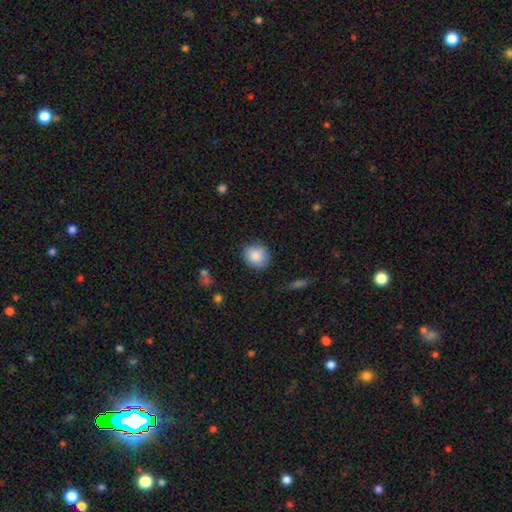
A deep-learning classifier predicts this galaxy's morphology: A smooth galaxy with no disk features (86%) that is round (74%). Merging: none (82%).